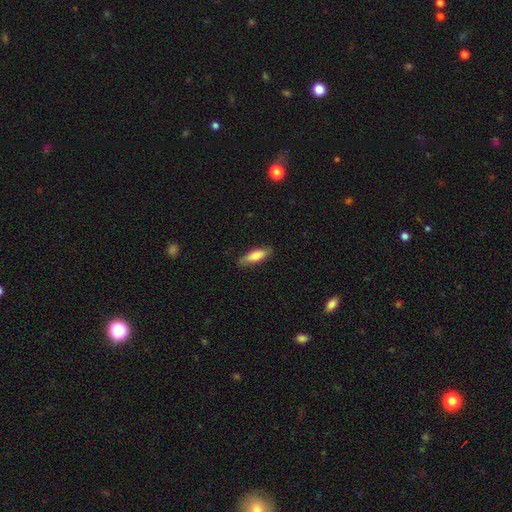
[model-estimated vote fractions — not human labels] smooth-or-featured: smooth: 78% | featured or disk: 16% | star or artifact: 6%
  how-rounded: in between: 53% | cigar-shaped: 45% | round: 2%
  merging: none: 82% | minor disturbance: 14% | major disturbance: 3% | merger: 1%